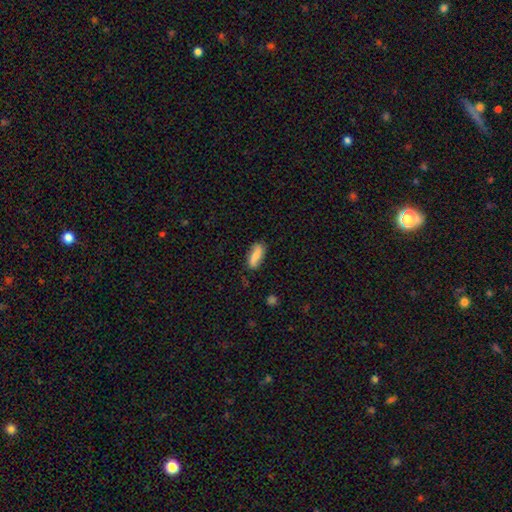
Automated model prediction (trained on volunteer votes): Smooth or featured? Predicted: smooth (p=0.66). How rounded? Predicted: in between (p=0.71). Merging? Predicted: none (p=0.78).